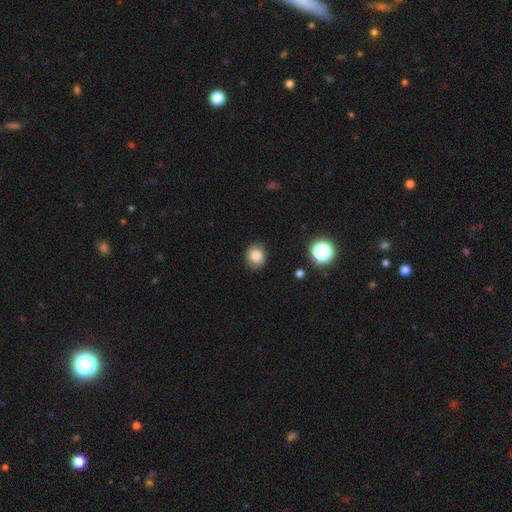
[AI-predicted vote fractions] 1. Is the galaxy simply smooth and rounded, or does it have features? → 82% smooth, 11% star or artifact, 7% featured or disk.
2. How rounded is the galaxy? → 71% round, 28% in between, 1% cigar-shaped.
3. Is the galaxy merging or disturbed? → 84% none, 12% minor disturbance, 3% major disturbance, 1% merger.